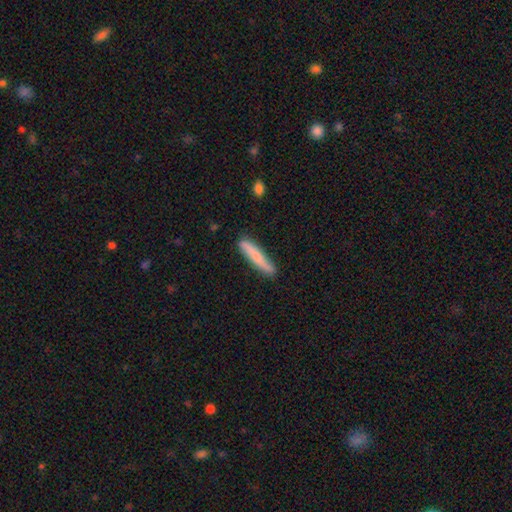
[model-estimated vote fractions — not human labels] Morphology: type=smooth (68%); roundness=cigar-shaped (91%); merging=none (84%).